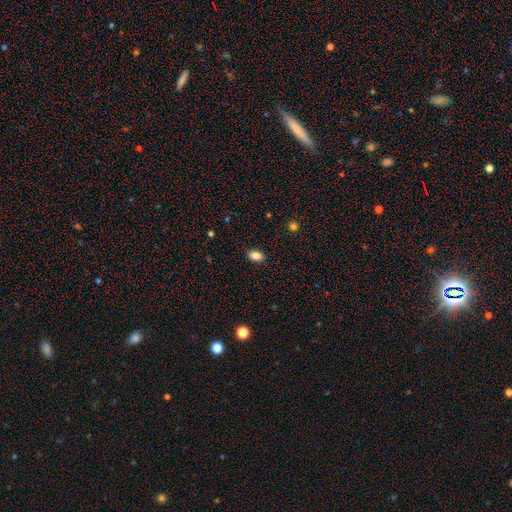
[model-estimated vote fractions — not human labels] Overall: smooth (86%). How rounded: in between (86%). Merging: none (88%).